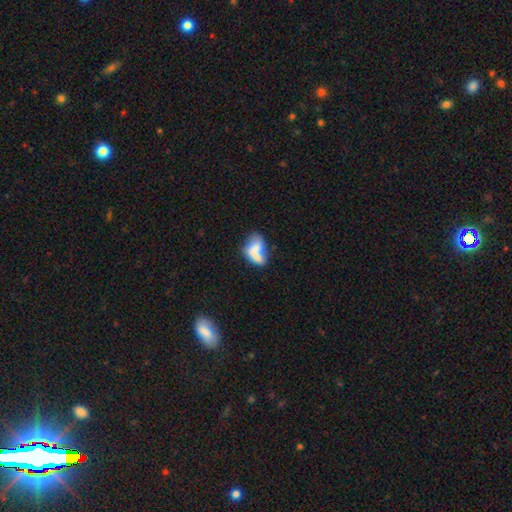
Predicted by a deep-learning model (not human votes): Morphology: type=smooth (59%); roundness=in between (83%); merging=merger (37%).